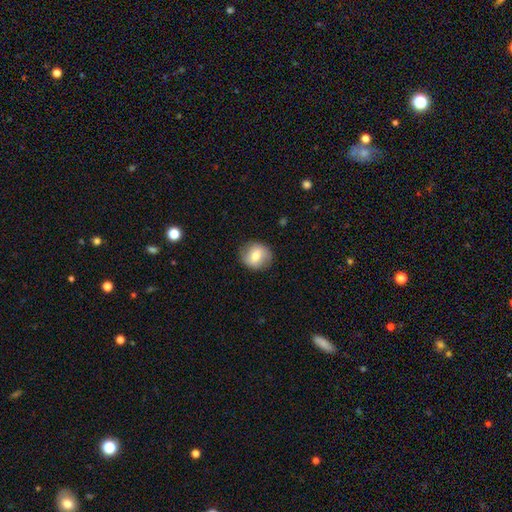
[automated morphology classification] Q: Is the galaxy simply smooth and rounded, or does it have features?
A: smooth — 68%.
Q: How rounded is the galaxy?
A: round — 82%.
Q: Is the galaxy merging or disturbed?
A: none — 85%.